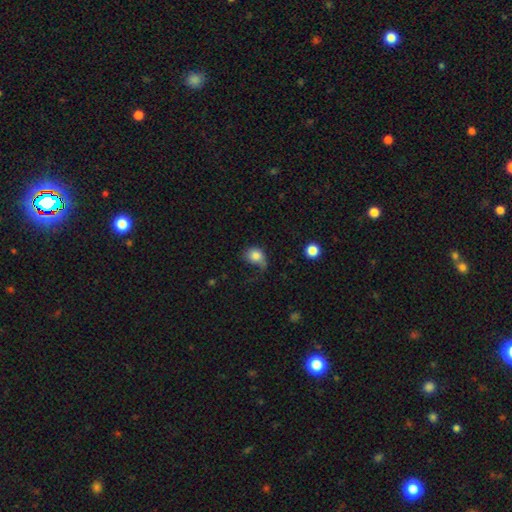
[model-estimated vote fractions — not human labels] Smooth or featured? Predicted: smooth (p=0.78). How rounded? Predicted: round (p=0.53). Merging? Predicted: major disturbance (p=0.36).